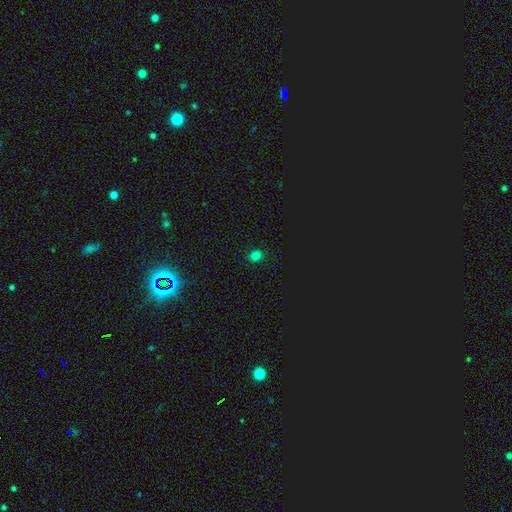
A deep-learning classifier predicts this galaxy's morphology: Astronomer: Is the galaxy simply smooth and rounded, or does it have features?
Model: smooth — 77%.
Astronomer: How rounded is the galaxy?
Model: round — 68%.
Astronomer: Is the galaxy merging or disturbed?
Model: none — 90%.